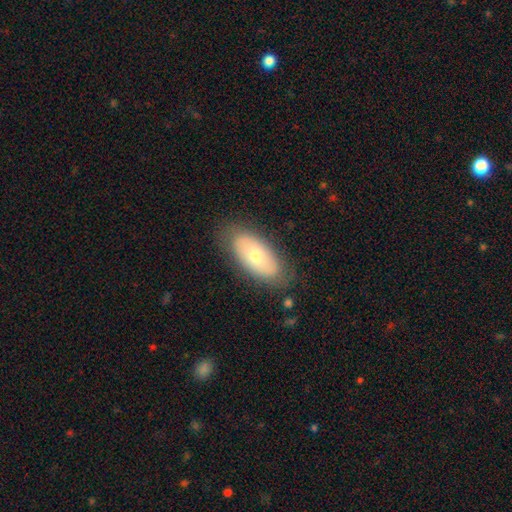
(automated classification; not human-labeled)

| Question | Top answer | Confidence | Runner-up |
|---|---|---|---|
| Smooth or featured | smooth | 62% | featured or disk (32%) |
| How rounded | in between | 91% | cigar-shaped (6%) |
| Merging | none | 80% | minor disturbance (15%) |